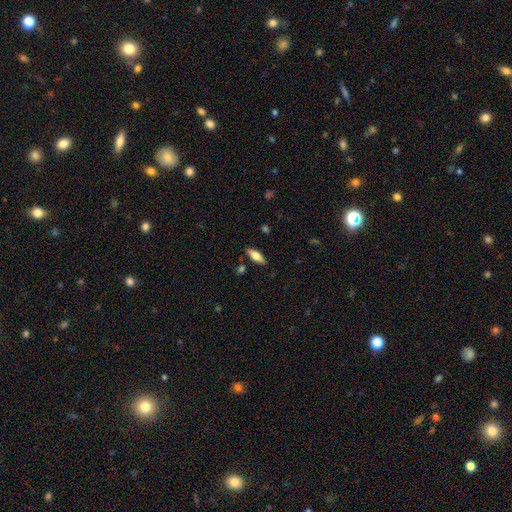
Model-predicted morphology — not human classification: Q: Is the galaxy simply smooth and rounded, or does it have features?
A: smooth — 58%.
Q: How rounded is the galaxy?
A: in between — 69%.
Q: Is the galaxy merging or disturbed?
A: none — 86%.